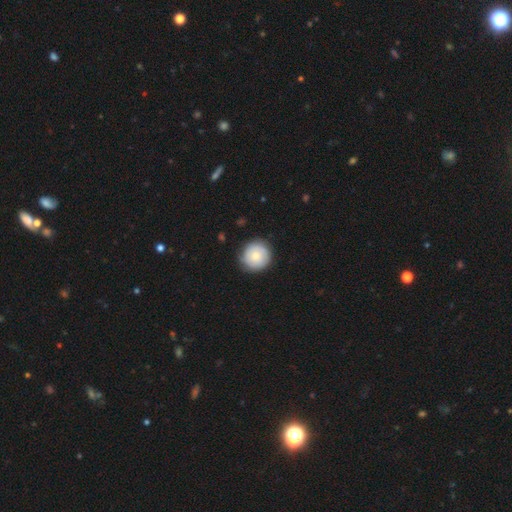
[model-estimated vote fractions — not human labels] This appears to be a smooth galaxy with no disk features (74%) that is round (94%). Merging: none (83%).